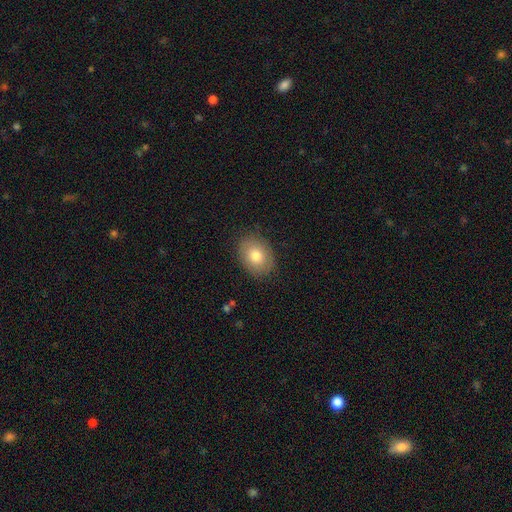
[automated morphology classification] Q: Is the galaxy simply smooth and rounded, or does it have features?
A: smooth — 78%.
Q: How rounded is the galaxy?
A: in between — 67%.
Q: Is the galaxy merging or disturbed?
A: none — 85%.